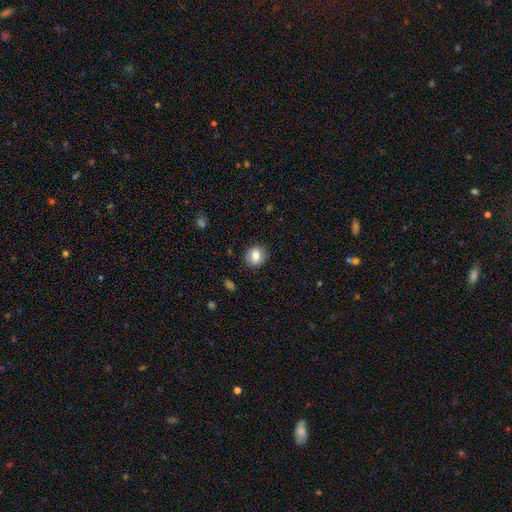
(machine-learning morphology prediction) Smooth or featured? smooth (77%)
How rounded? round (75%)
Merging? none (88%)